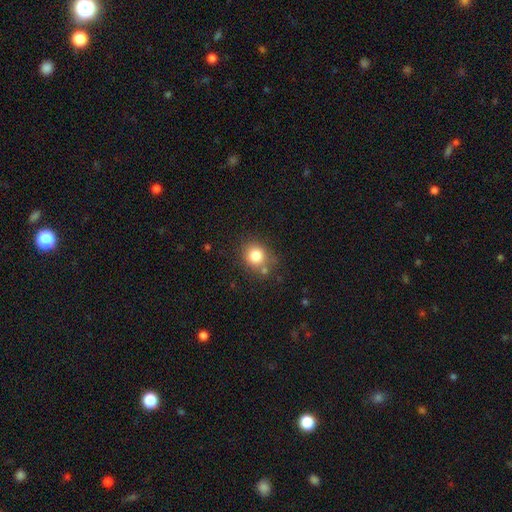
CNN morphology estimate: smooth 81%, star or artifact 11%, featured or disk 8%. Down the decision tree: how rounded — round (82%); merging — none (71%).